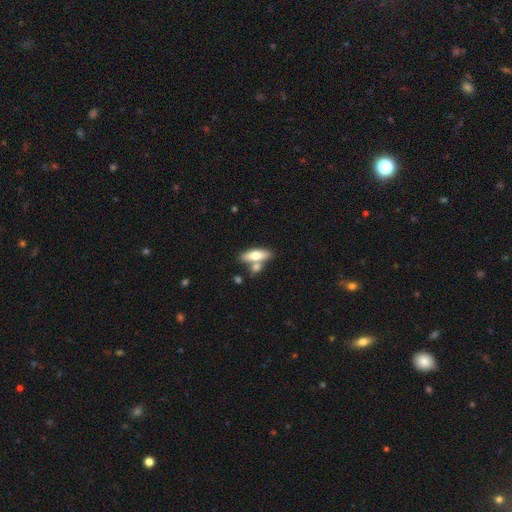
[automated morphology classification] A smooth galaxy with no disk features (62%) that is in between round and cigar-shaped (62%).

Vote fractions:
- Smooth or featured? smooth: 62% / featured or disk: 33% / star or artifact: 6%
- How rounded? in between: 62% / cigar-shaped: 35% / round: 3%
- Merging? none: 57% / merger: 29% / minor disturbance: 11% / major disturbance: 4%